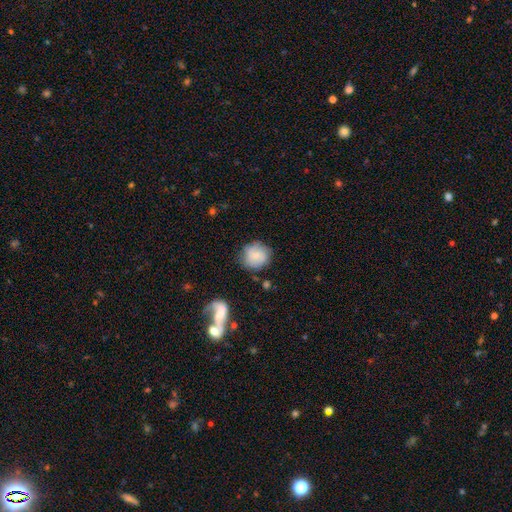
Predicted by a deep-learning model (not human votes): Smooth or featured?
  - smooth: 70% *
  - featured or disk: 22%
  - star or artifact: 8%
How rounded?
  - round: 85% *
  - in between: 14%
  - cigar-shaped: 1%
Merging?
  - none: 73% *
  - minor disturbance: 18%
  - major disturbance: 6%
  - merger: 3%